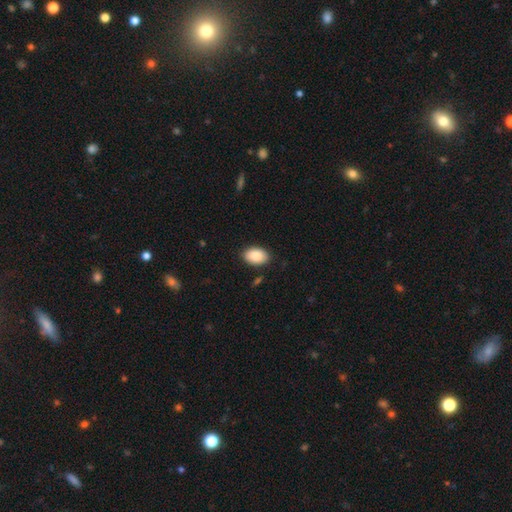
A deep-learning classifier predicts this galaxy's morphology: This is clearly a smooth galaxy (88%). How rounded: clearly in between (90%). Merging: clearly none (87%).